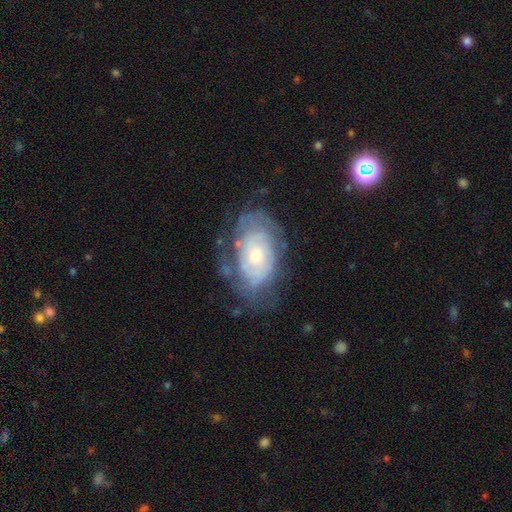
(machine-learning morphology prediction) Smooth or featured? featured or disk (69%)
Edge-on disk? no (94%)
Bar? no (81%)
Spiral arms? yes (70%)
Bulge size? small (57%)
Merging? none (60%)